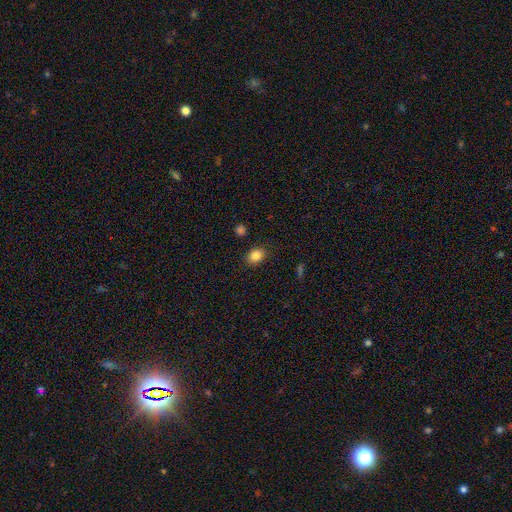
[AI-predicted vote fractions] The model was most divided on "how rounded": in between: 55%, round: 44%, cigar-shaped: 1%. More confident: merging — none (87%); smooth or featured — smooth (85%).